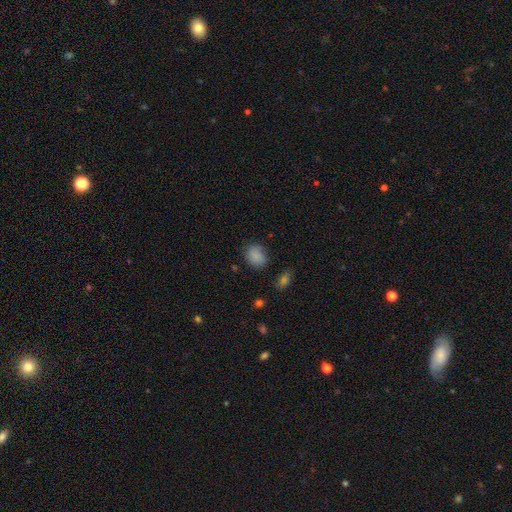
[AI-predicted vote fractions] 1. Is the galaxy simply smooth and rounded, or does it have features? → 83% smooth, 10% star or artifact, 7% featured or disk.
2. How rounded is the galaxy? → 53% in between, 46% round, 1% cigar-shaped.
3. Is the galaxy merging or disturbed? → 73% none, 20% minor disturbance, 5% major disturbance, 2% merger.